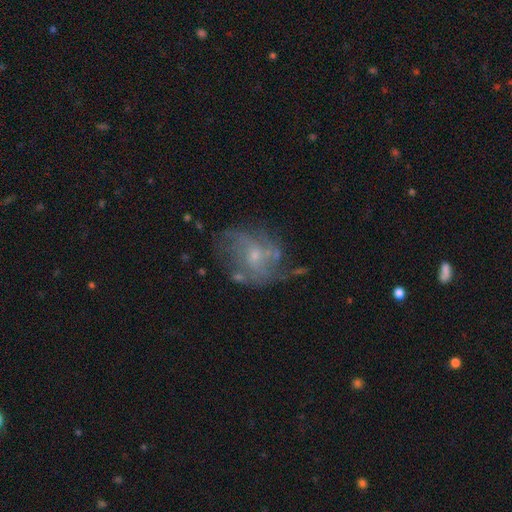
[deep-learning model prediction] Smooth or featured?
  - featured or disk: 70% *
  - smooth: 19%
  - star or artifact: 11%
Edge-on disk?
  - no: 97% *
  - yes: 3%
Bar?
  - no: 73% *
  - weak: 24%
  - strong: 4%
Spiral arms?
  - yes: 71% *
  - no: 29%
Bulge size?
  - small: 69% *
  - moderate: 25%
  - none: 4%
  - large: 1%
  - dominant: 1%
Merging?
  - none: 54% *
  - minor disturbance: 23%
  - major disturbance: 19%
  - merger: 4%